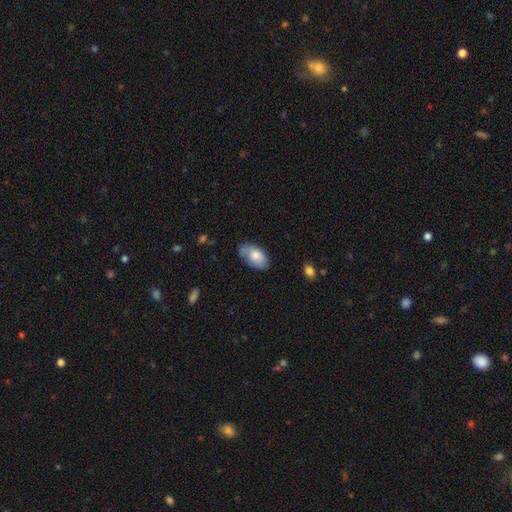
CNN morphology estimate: type=smooth (77%); roundness=in between (94%); merging=none (61%).